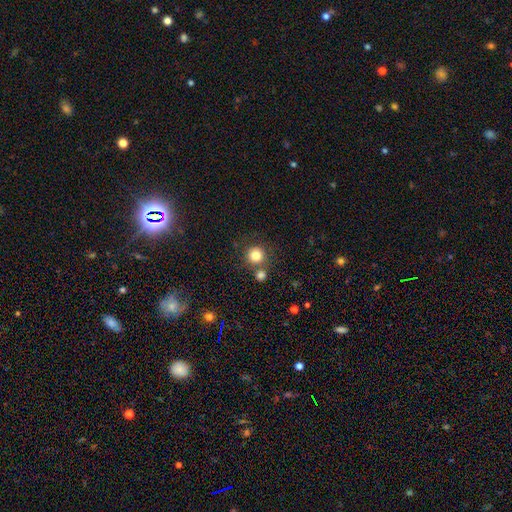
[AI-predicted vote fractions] This appears to be a smooth galaxy with no disk features (82%) that is round (94%). Merging: none (74%).